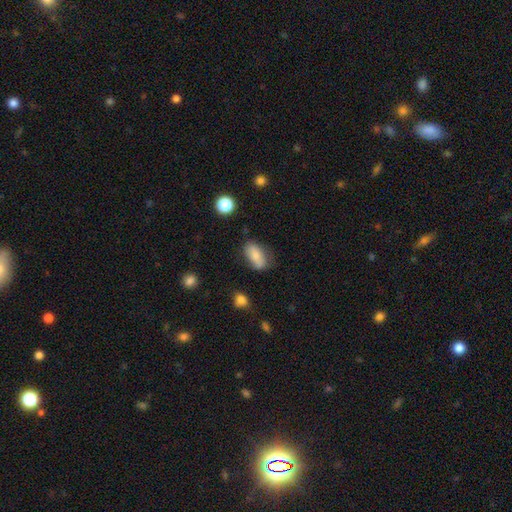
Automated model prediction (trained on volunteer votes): Smooth or featured? Predicted: smooth (p=0.77). How rounded? Predicted: in between (p=0.89). Merging? Predicted: none (p=0.65).